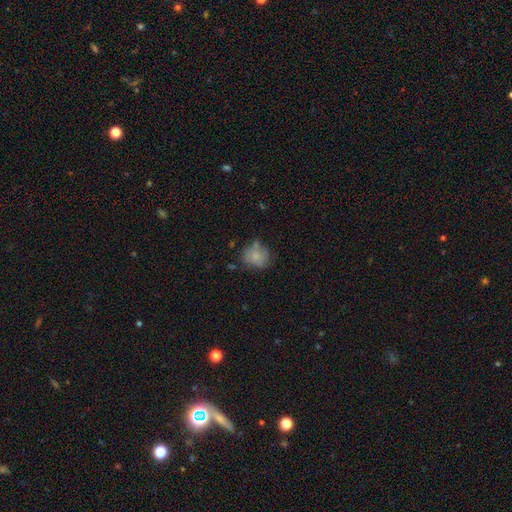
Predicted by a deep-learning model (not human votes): Smooth or featured?
  - smooth: 70% *
  - featured or disk: 21%
  - star or artifact: 9%
How rounded?
  - round: 70% *
  - in between: 29%
  - cigar-shaped: 1%
Merging?
  - none: 54% *
  - minor disturbance: 26%
  - major disturbance: 11%
  - merger: 9%